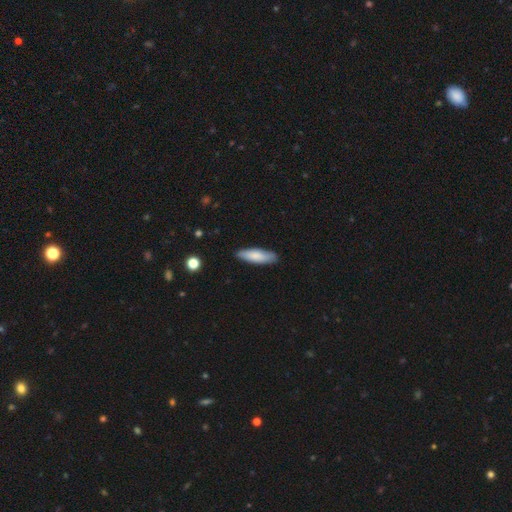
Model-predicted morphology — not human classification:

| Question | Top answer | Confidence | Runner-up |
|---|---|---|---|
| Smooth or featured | smooth | 81% | featured or disk (14%) |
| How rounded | cigar-shaped | 57% | in between (41%) |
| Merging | none | 86% | minor disturbance (11%) |